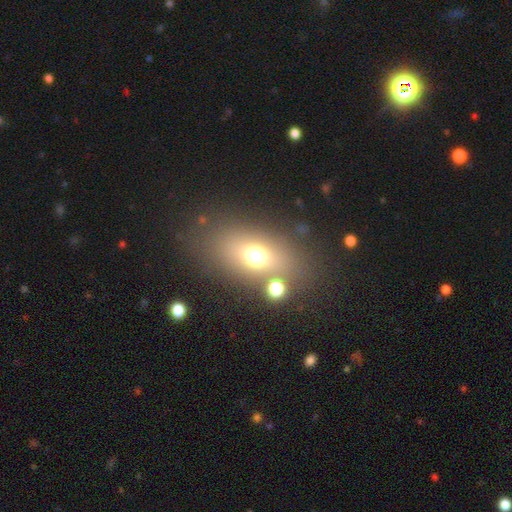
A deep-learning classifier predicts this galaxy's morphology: Smooth or featured?
  - smooth: 65% *
  - featured or disk: 18%
  - star or artifact: 17%
How rounded?
  - in between: 71% *
  - round: 25%
  - cigar-shaped: 4%
Merging?
  - none: 74% *
  - minor disturbance: 11%
  - merger: 9%
  - major disturbance: 7%